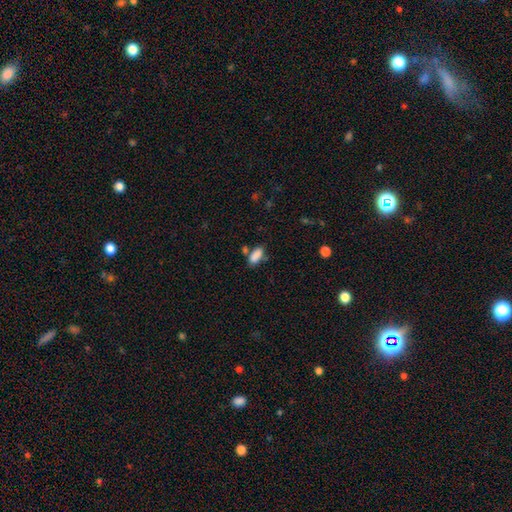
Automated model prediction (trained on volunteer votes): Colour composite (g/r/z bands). It shows a smooth galaxy with no disk features (86%) that is in between round and cigar-shaped (82%). Merging: none (61%).